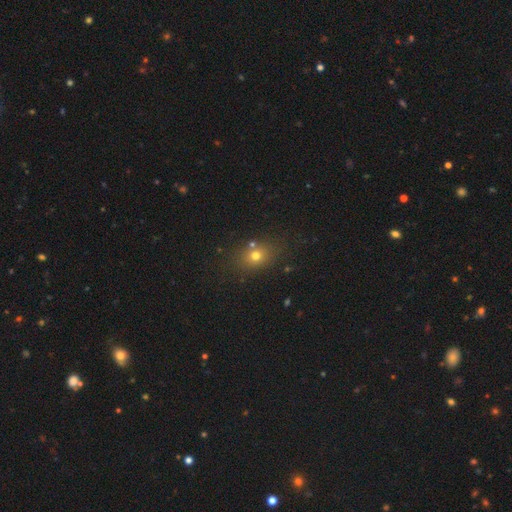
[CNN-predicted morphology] This appears to be a smooth galaxy with no disk features (69%) that is round (53%). Merging: none (74%).